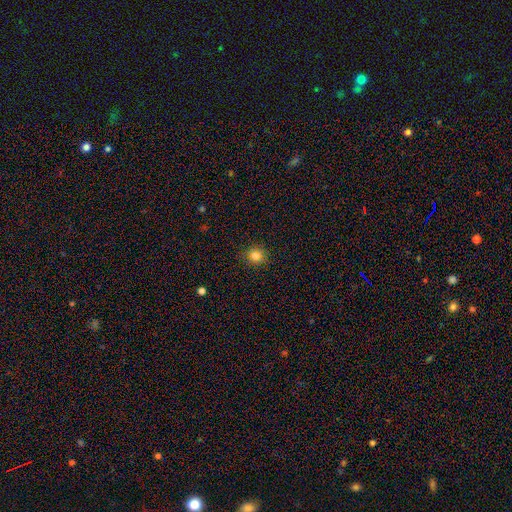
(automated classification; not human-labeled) This is clearly a smooth galaxy (83%). How rounded: clearly round (88%). Merging: clearly none (90%).